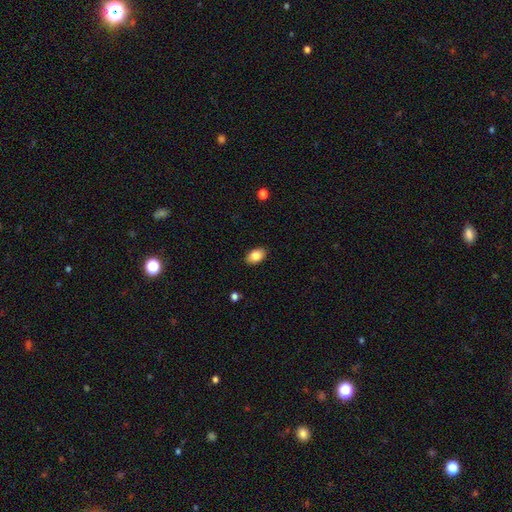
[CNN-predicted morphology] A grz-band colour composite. It shows a smooth galaxy with no disk features (85%) that is in between round and cigar-shaped (89%). Merging: none (88%).